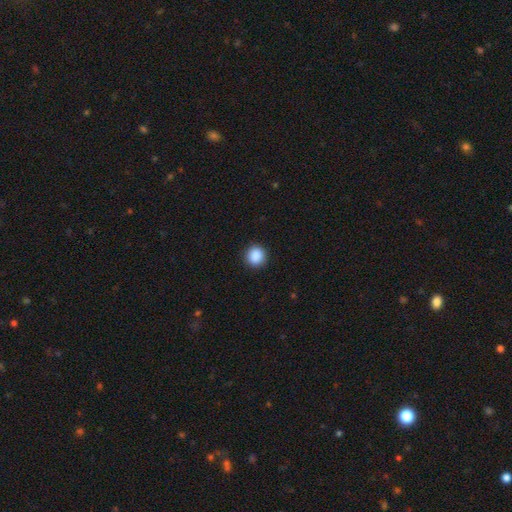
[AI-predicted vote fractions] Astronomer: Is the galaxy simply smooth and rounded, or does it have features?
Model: smooth — 89%.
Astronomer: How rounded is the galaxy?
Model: round — 90%.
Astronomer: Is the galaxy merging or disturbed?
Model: none — 91%.